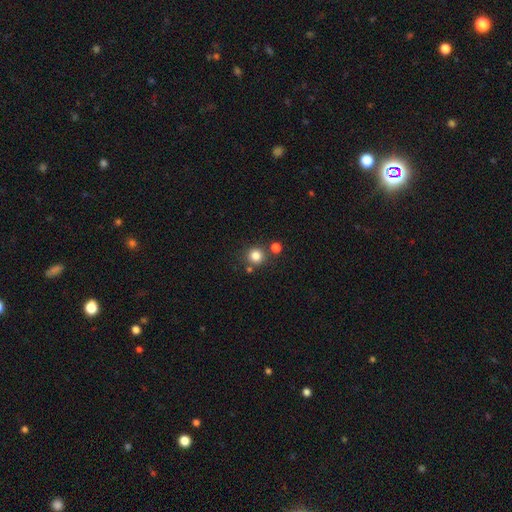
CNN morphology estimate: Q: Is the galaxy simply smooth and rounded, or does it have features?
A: smooth — 81%.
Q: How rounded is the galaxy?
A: round — 92%.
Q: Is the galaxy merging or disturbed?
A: none — 76%.